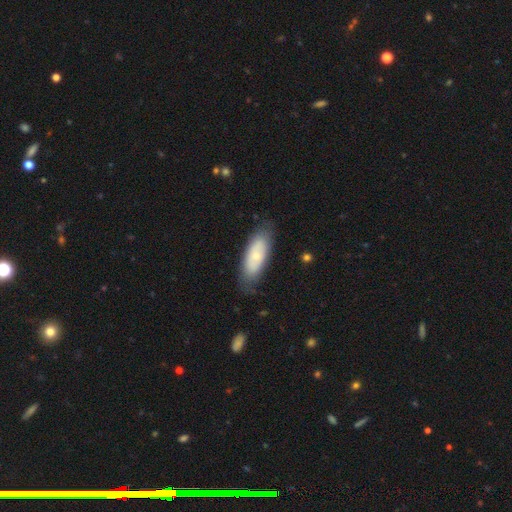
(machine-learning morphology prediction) type=smooth (64%); roundness=in between (74%); merging=none (76%).